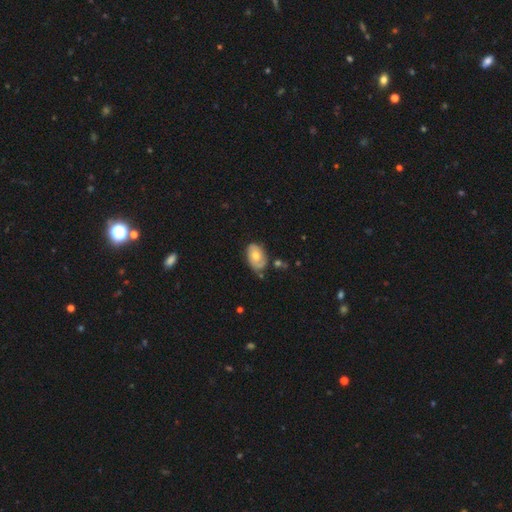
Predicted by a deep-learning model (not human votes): Q: Smooth or featured?
A: smooth (52%); runner-up: featured or disk (40%)
Q: How rounded?
A: in between (86%); runner-up: round (13%)
Q: Merging?
A: none (62%); runner-up: minor disturbance (26%)